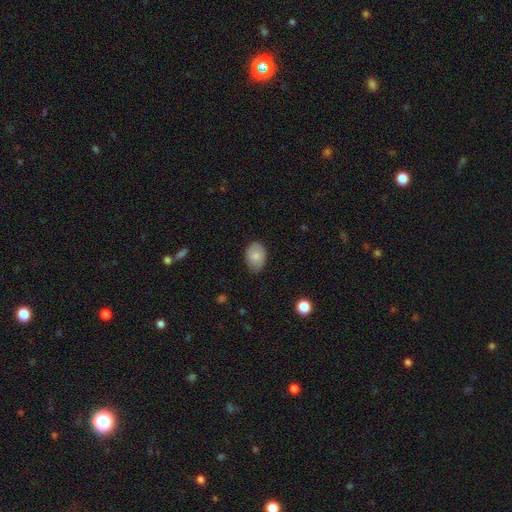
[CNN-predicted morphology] Smooth or featured: smooth — 79% (featured or disk — 14%)
How rounded: in between — 79% (round — 20%)
Merging: none — 69% (minor disturbance — 25%)